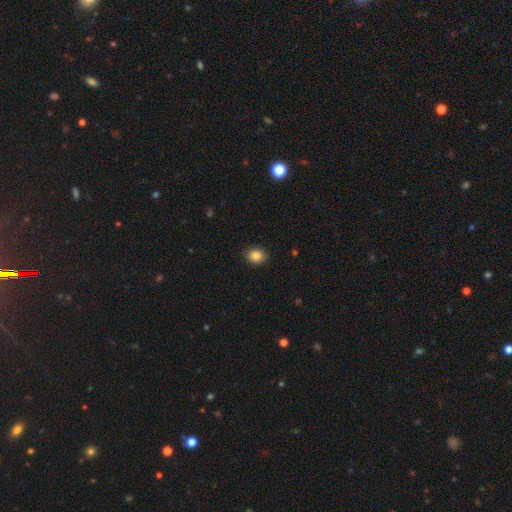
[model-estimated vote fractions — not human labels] This is clearly a smooth galaxy (86%). How rounded: possibly round (59%). Merging: clearly none (90%).